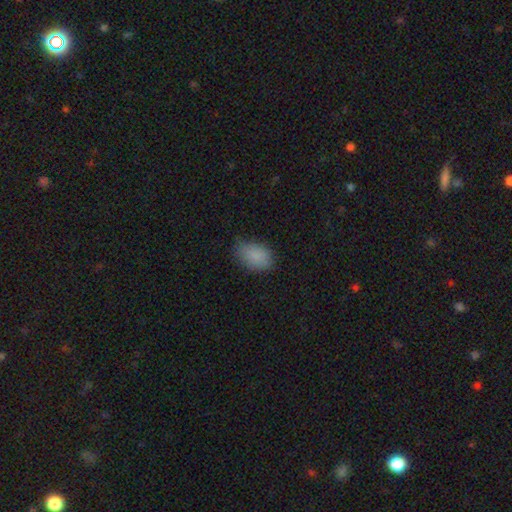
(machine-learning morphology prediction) Smooth or featured? smooth (87%)
How rounded? in between (87%)
Merging? none (70%)